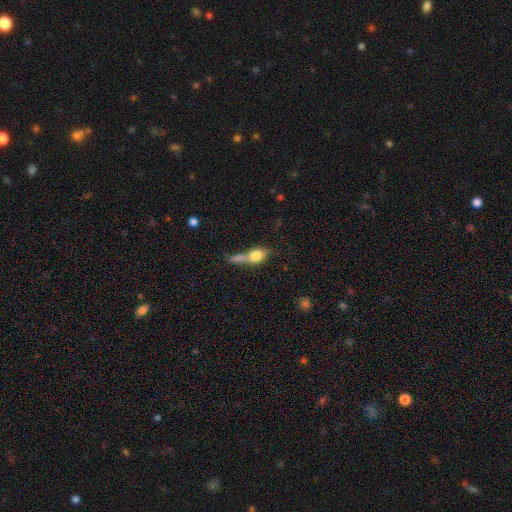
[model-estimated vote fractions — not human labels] Smooth or featured: smooth — 74% (featured or disk — 17%)
How rounded: in between — 55% (round — 34%)
Merging: merger — 49% (none — 27%)